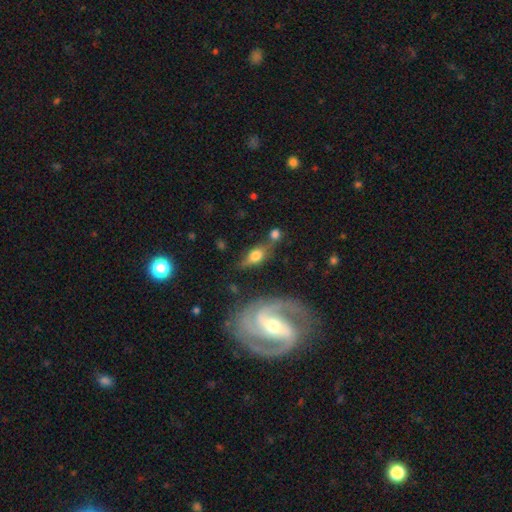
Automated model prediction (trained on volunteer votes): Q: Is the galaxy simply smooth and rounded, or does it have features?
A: smooth — 47%.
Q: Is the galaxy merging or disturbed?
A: none — 54%.